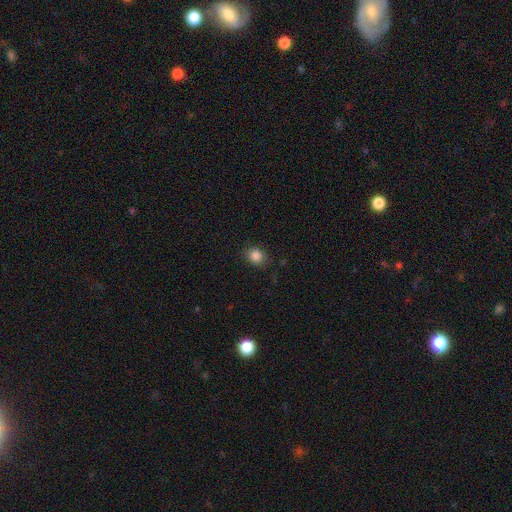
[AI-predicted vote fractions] Smooth or featured: smooth — 85% (star or artifact — 11%)
How rounded: round — 63% (in between — 36%)
Merging: none — 85% (minor disturbance — 12%)